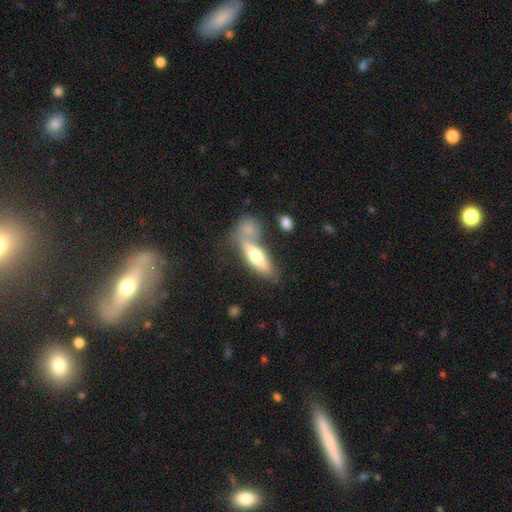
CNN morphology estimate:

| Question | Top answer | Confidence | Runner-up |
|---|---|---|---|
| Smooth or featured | smooth | 58% | featured or disk (35%) |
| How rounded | cigar-shaped | 50% | in between (47%) |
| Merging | none | 43% | merger (31%) |